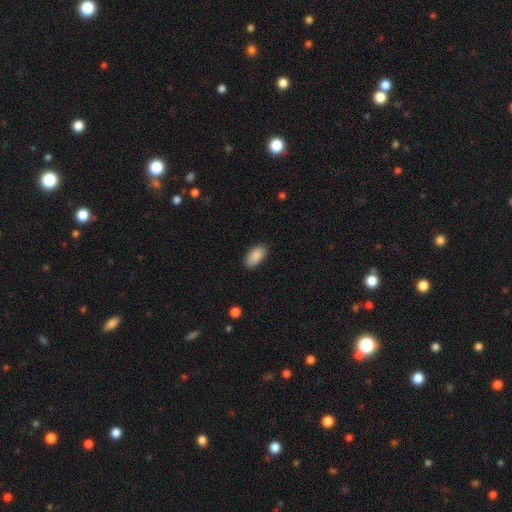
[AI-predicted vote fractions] Smooth or featured?
  - smooth: 89% *
  - star or artifact: 6%
  - featured or disk: 4%
How rounded?
  - in between: 93% *
  - cigar-shaped: 4%
  - round: 3%
Merging?
  - none: 84% *
  - minor disturbance: 13%
  - major disturbance: 2%
  - merger: 1%